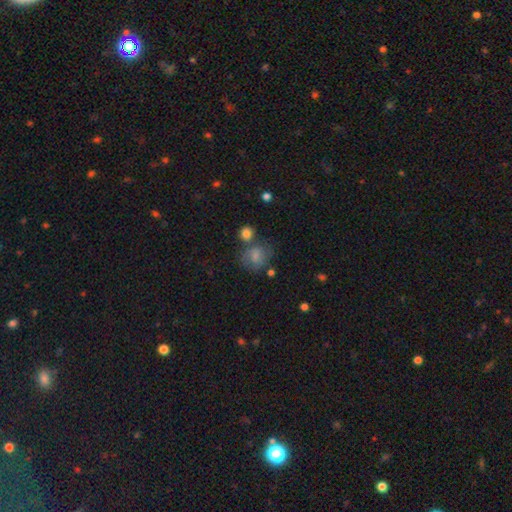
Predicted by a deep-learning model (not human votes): Smooth or featured: smooth — 71% (featured or disk — 18%)
How rounded: round — 65% (in between — 34%)
Merging: none — 49% (minor disturbance — 22%)